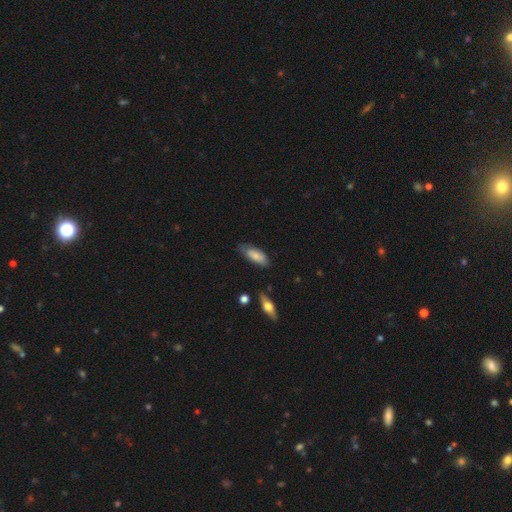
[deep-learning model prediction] This is likely a smooth galaxy (70%). How rounded: likely in between (79%). Merging: likely none (66%).